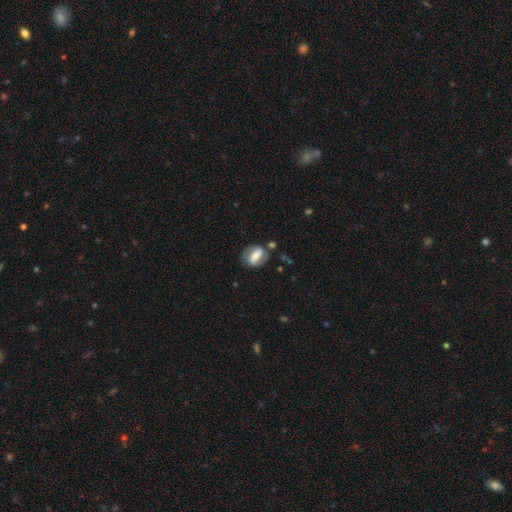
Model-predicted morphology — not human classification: The model was most divided on "smooth or featured": featured or disk: 51%, smooth: 41%, star or artifact: 8%. More confident: edge-on disk — no (92%); merging — none (69%).